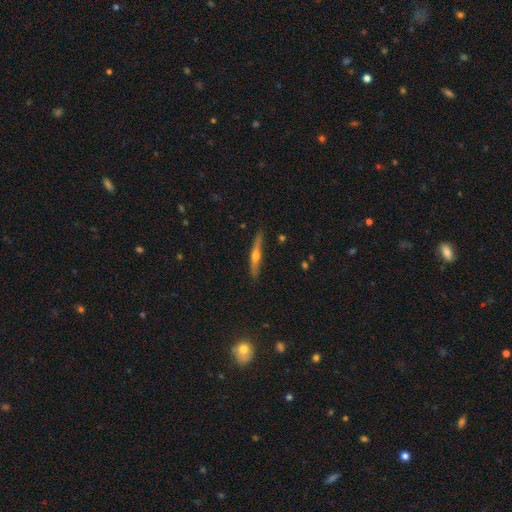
This is likely a featured or disk galaxy (67%). It is clearly viewed edge-on (100%). Edge-on bulge: clearly rounded (88%). Merging: clearly none (81%).